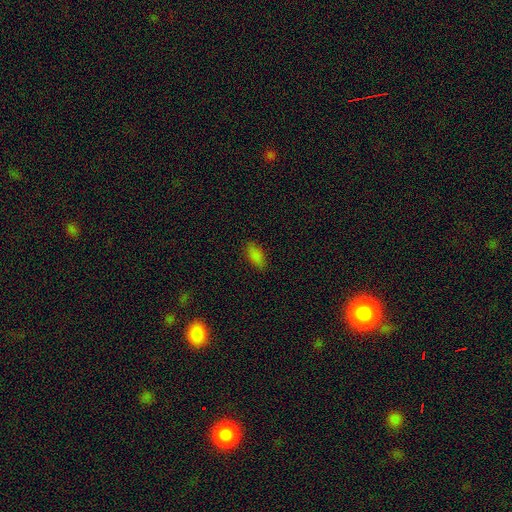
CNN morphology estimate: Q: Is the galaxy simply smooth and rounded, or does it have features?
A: smooth — 84%.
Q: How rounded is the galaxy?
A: in between — 88%.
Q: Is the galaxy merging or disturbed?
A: none — 85%.